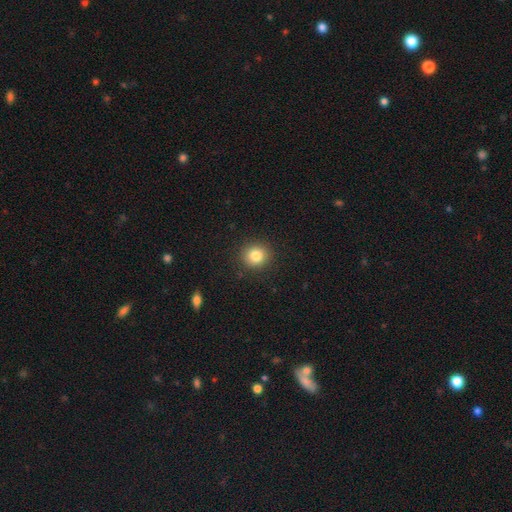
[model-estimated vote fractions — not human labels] Q: Smooth or featured?
A: smooth (82%); runner-up: star or artifact (11%)
Q: How rounded?
A: round (89%); runner-up: in between (11%)
Q: Merging?
A: none (91%); runner-up: minor disturbance (6%)